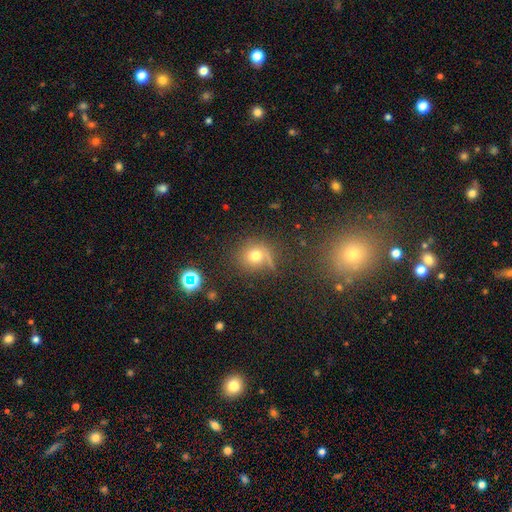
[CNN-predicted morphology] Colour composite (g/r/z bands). It shows a smooth galaxy with no disk features (68%) that is round (85%). Merging: none (63%).